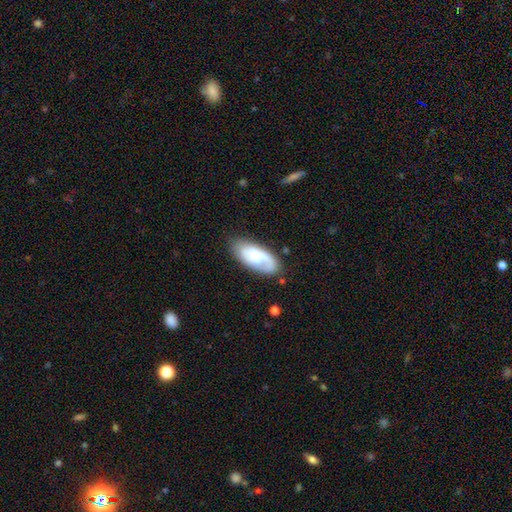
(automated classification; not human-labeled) Morphology: type=featured or disk (50%); edge-on=no (92%); merging=none (72%).